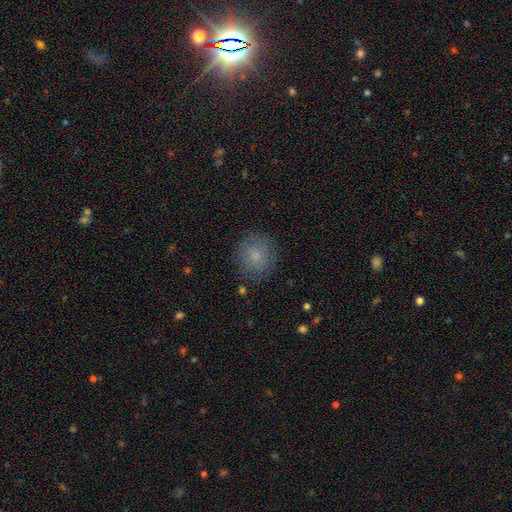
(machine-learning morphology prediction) smooth_or_featured: smooth (p=0.81) [alt: featured or disk p=0.10]
how_rounded: round (p=0.89) [alt: in between p=0.10]
merging: none (p=0.86) [alt: minor disturbance p=0.10]